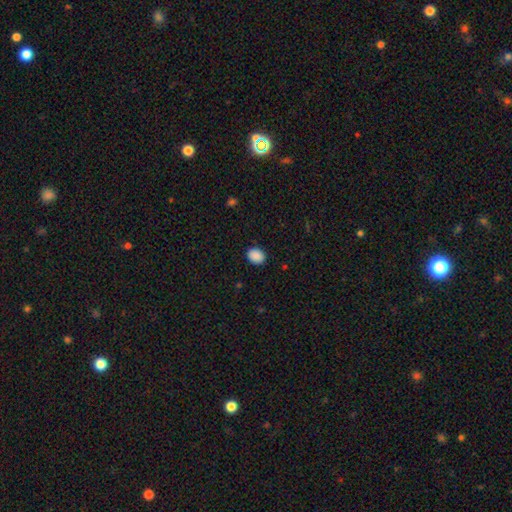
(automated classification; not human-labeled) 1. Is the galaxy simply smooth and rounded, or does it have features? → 89% smooth, 8% star or artifact, 2% featured or disk.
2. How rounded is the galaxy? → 51% in between, 48% round, 1% cigar-shaped.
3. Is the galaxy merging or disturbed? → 89% none, 8% minor disturbance, 2% major disturbance, 1% merger.